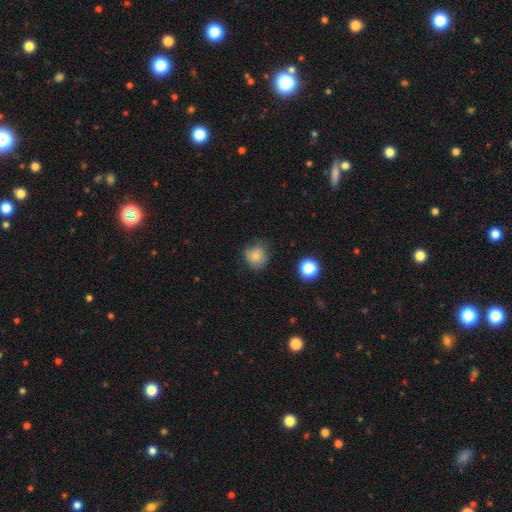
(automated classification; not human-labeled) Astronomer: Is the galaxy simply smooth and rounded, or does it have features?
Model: smooth — 82%.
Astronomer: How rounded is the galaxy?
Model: round — 82%.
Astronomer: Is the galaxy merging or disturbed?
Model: none — 64%.